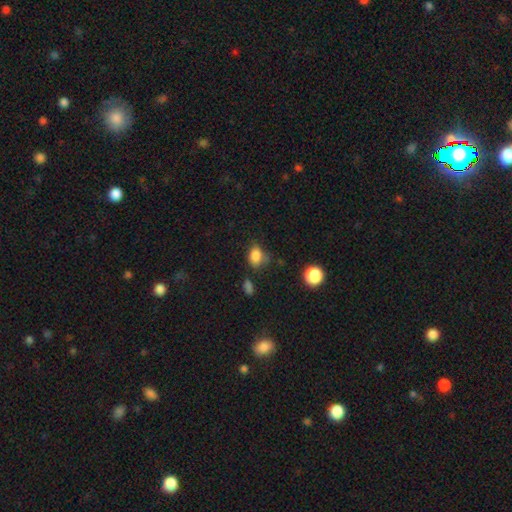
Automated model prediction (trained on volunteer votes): A smooth galaxy with no disk features (83%) that is in between round and cigar-shaped (73%). Merging: none (52%).